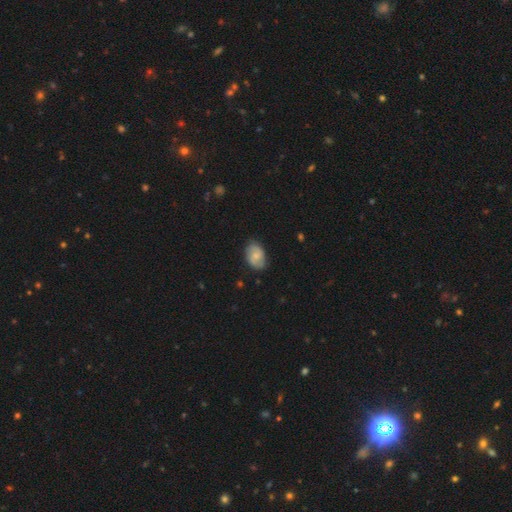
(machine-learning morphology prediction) This appears to be a smooth galaxy with no disk features (57%) that is in between round and cigar-shaped (84%). Merging: none (75%).